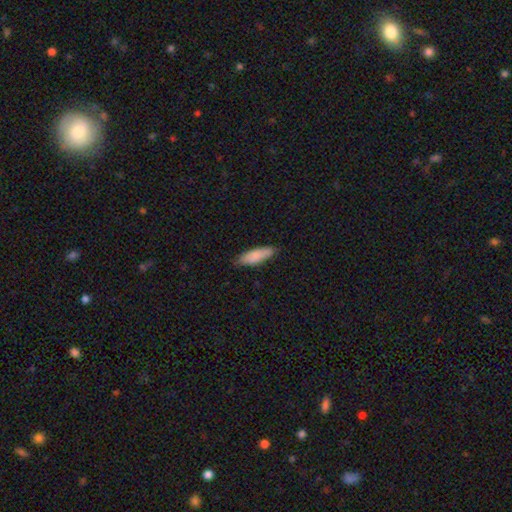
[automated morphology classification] Smooth or featured?
  - smooth: 84% *
  - featured or disk: 11%
  - star or artifact: 6%
How rounded?
  - in between: 52% *
  - cigar-shaped: 46%
  - round: 2%
Merging?
  - none: 79% *
  - minor disturbance: 18%
  - major disturbance: 3%
  - merger: 1%